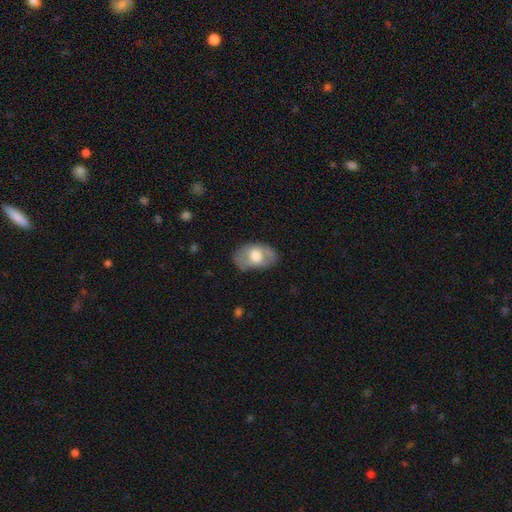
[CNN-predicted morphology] Overall: smooth (55%; featured or disk 39%). How rounded: in between (89%). Merging: none (70%).